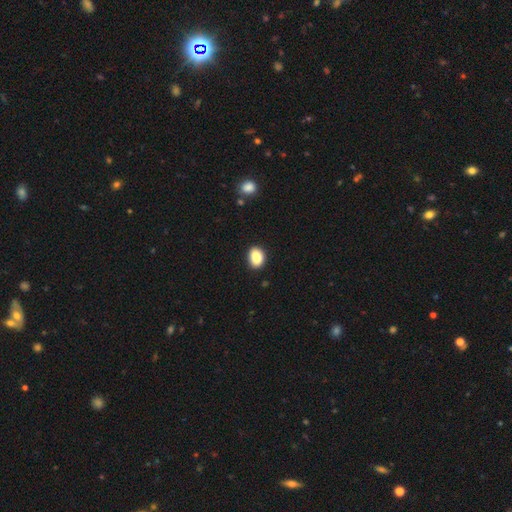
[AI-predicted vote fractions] Smooth or featured? Predicted: smooth (p=0.87). How rounded? Predicted: in between (p=0.71). Merging? Predicted: none (p=0.86).